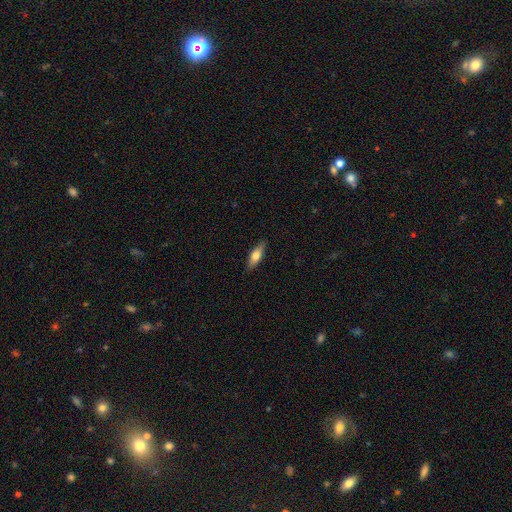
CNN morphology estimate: This appears to be a smooth galaxy with no disk features (59%) that is in between round and cigar-shaped (49%). Merging: none (88%).